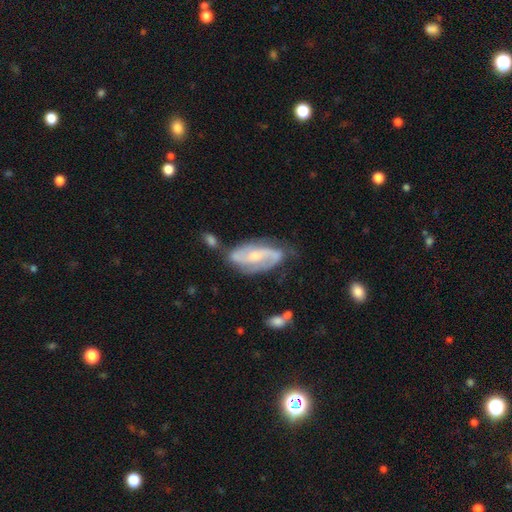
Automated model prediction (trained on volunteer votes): This is likely a featured or disk galaxy (79%). It is clearly not viewed edge-on (93%). Bar: marginally weak (40%). Spiral arm pattern: clearly yes (93%). Spiral arm count: likely 2 (78%). Spiral winding: marginally medium (45%). Central bulge: possibly small (50%). Merging: possibly none (59%).